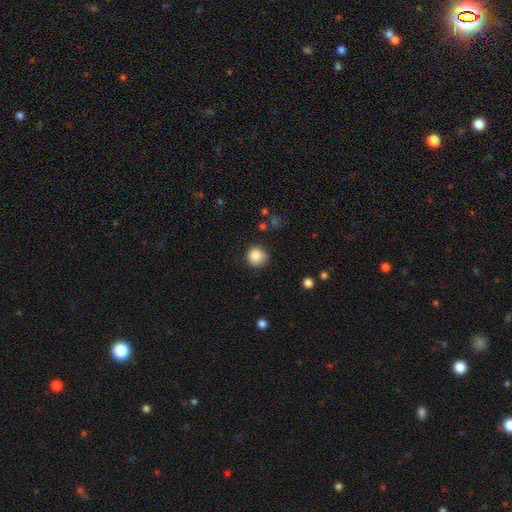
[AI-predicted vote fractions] Q: Smooth or featured?
A: smooth (86%); runner-up: star or artifact (10%)
Q: How rounded?
A: round (92%); runner-up: in between (7%)
Q: Merging?
A: none (82%); runner-up: minor disturbance (13%)